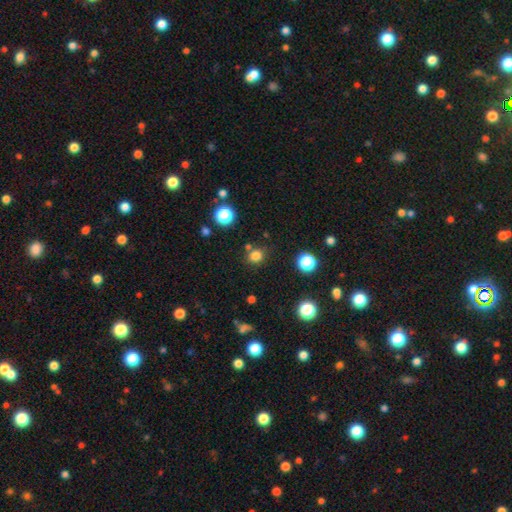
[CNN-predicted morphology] This is likely a smooth galaxy (78%). How rounded: likely round (79%). Merging: likely none (76%).